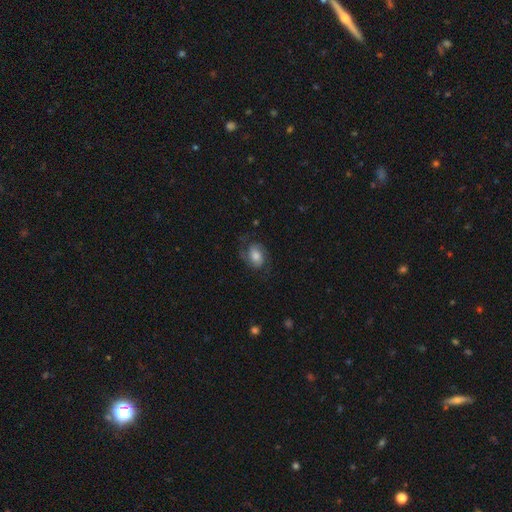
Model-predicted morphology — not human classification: The model was most divided on "bulge size": moderate: 44%, large: 27%, small: 19%, none: 6%, dominant: 5%. Remaining: edge-on disk — no (97%); spiral arms — yes (91%); spiral arm count — 2 (85%); merging — none (66%); smooth or featured — featured or disk (58%); bar — no (57%); spiral winding — medium (50%).